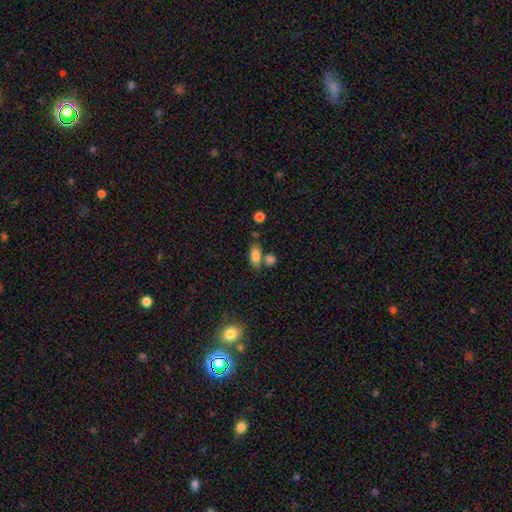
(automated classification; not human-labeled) The model was most divided on "merging": none: 62%, merger: 18%, minor disturbance: 15%, major disturbance: 5%. More confident: how rounded — in between (79%); smooth or featured — smooth (78%).